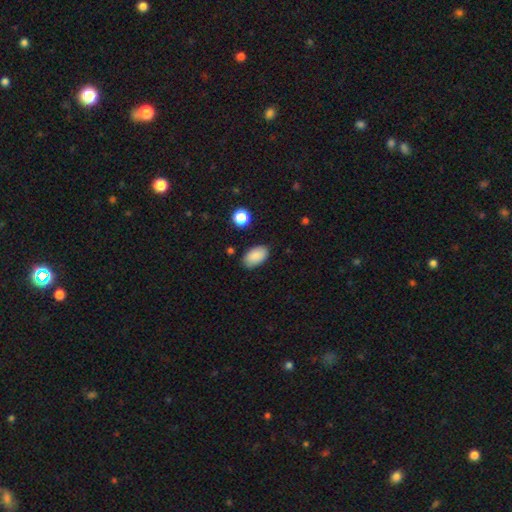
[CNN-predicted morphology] Overall: smooth (87%). How rounded: in between (93%). Merging: none (85%).